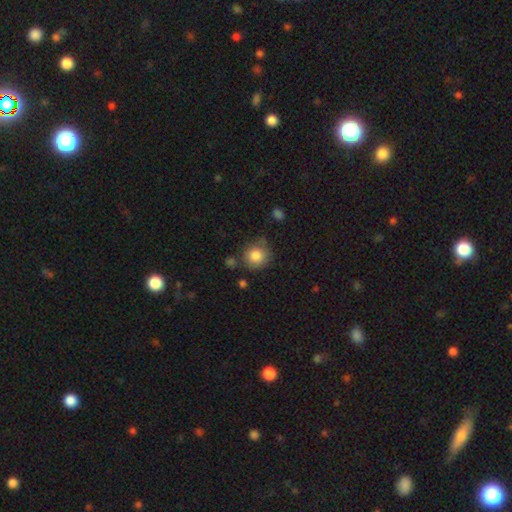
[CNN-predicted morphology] smooth_or_featured: smooth (p=0.84) [alt: star or artifact p=0.09]
how_rounded: round (p=0.90) [alt: in between p=0.09]
merging: none (p=0.70) [alt: minor disturbance p=0.18]